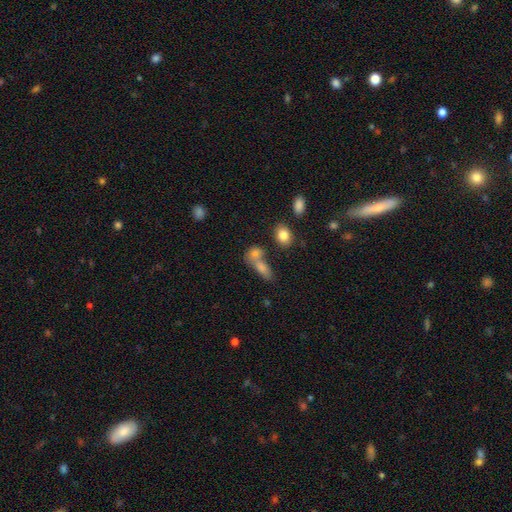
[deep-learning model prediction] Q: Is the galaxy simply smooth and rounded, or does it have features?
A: smooth — 77%.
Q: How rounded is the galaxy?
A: in between — 60%.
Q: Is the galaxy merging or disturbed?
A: merger — 46%.